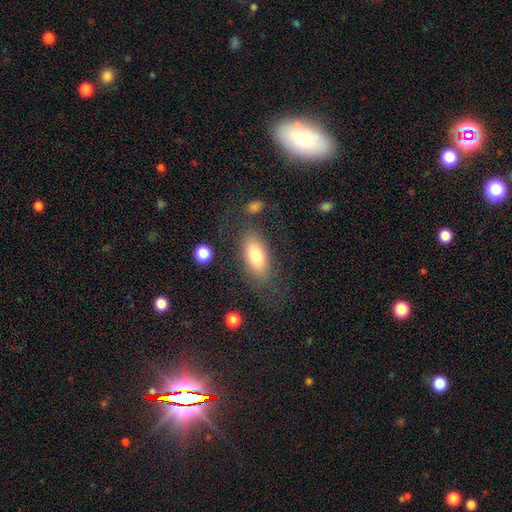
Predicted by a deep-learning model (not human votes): The model was most divided on "merging": none: 73%, minor disturbance: 15%, major disturbance: 8%, merger: 3%. More confident: how rounded — in between (87%); smooth or featured — smooth (75%).